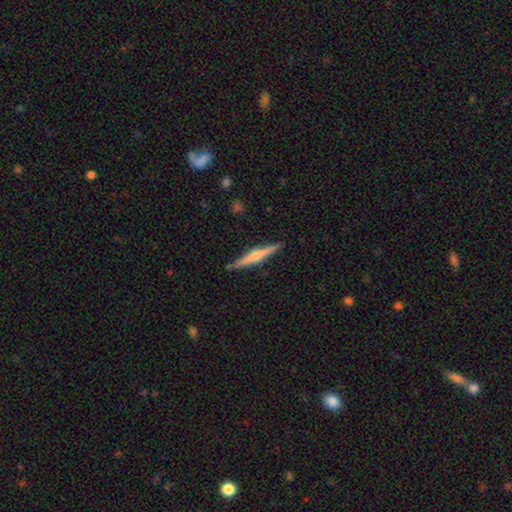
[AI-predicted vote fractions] Smooth or featured? Predicted: featured or disk (p=0.63). Edge-on disk? Predicted: yes (p=0.98). Edge-on bulge? Predicted: rounded (p=0.67). Merging? Predicted: none (p=0.89).